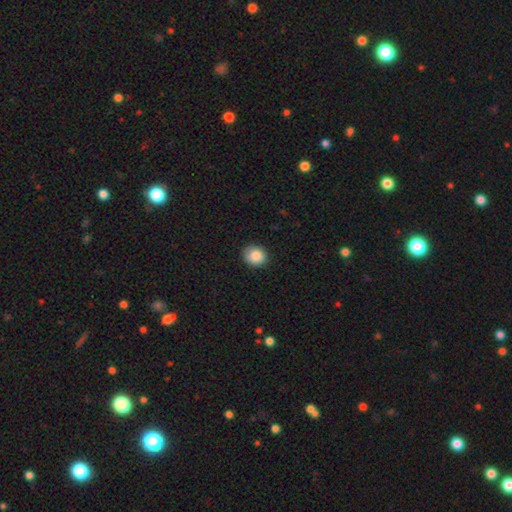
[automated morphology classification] Smooth or featured?
  - smooth: 86% *
  - star or artifact: 9%
  - featured or disk: 6%
How rounded?
  - round: 75% *
  - in between: 25%
  - cigar-shaped: 1%
Merging?
  - none: 85% *
  - minor disturbance: 12%
  - major disturbance: 2%
  - merger: 1%